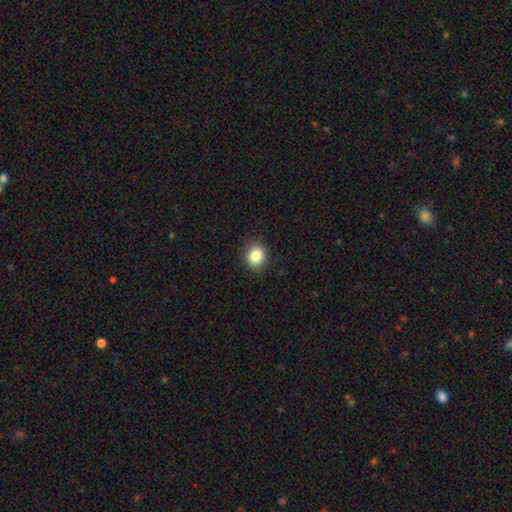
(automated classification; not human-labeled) Overall: smooth (84%). How rounded: round (70%). Merging: none (89%).